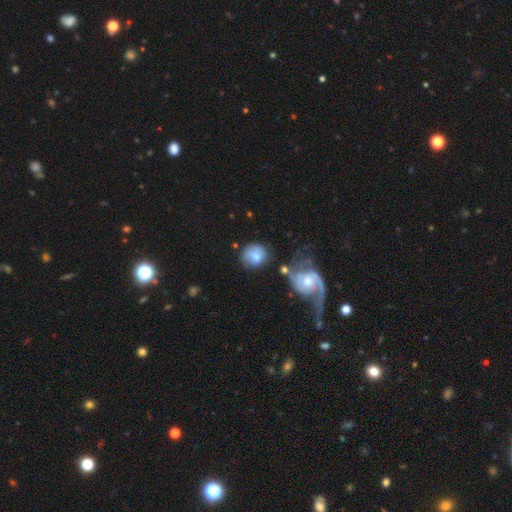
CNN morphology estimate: type=smooth (64%); roundness=round (79%); merging=none (58%).